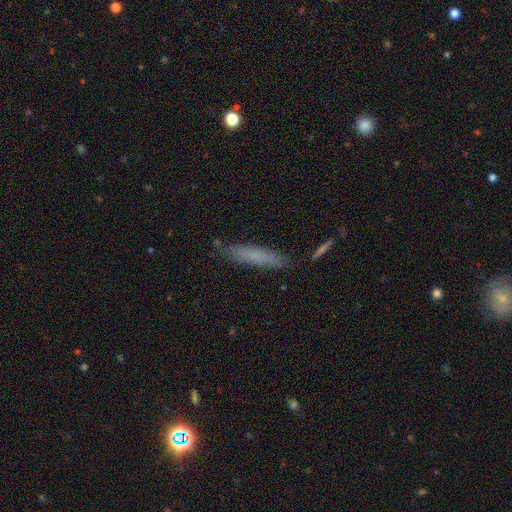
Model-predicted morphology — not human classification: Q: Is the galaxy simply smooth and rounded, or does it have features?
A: smooth — 72%.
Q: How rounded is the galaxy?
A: cigar-shaped — 89%.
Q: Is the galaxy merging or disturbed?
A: none — 83%.